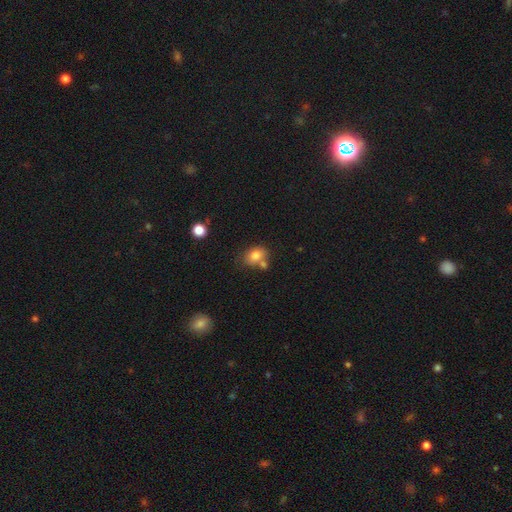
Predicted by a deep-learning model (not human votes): The model was most divided on "merging": none: 52%, merger: 26%, minor disturbance: 17%, major disturbance: 5%. More confident: smooth or featured — smooth (80%); how rounded — in between (73%).